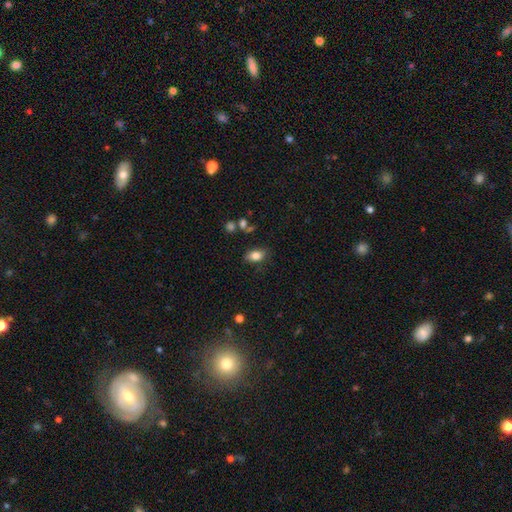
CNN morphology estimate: smooth_or_featured: smooth (p=0.81) [alt: featured or disk p=0.10]
how_rounded: in between (p=0.86) [alt: round p=0.11]
merging: none (p=0.79) [alt: minor disturbance p=0.15]